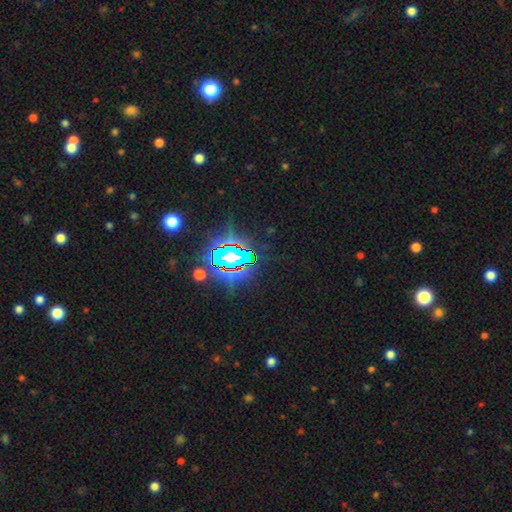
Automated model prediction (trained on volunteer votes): A star or artifact, not a galaxy (82%).

Vote fractions:
- Smooth or featured? star or artifact: 82% / smooth: 11% / featured or disk: 7%